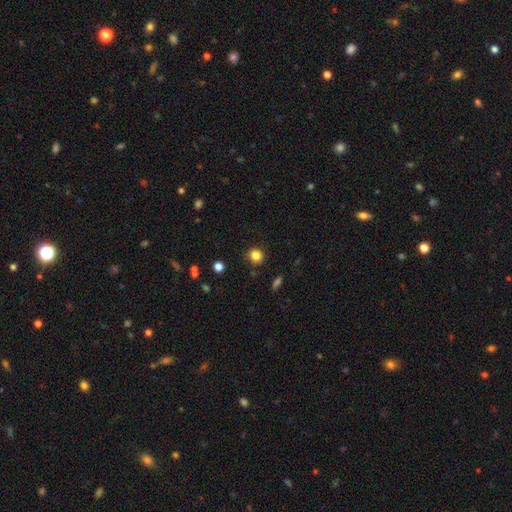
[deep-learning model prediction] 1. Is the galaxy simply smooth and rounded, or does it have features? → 83% smooth, 12% star or artifact, 5% featured or disk.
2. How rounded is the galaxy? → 90% round, 9% in between, 1% cigar-shaped.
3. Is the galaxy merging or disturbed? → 87% none, 9% minor disturbance, 2% major disturbance, 2% merger.